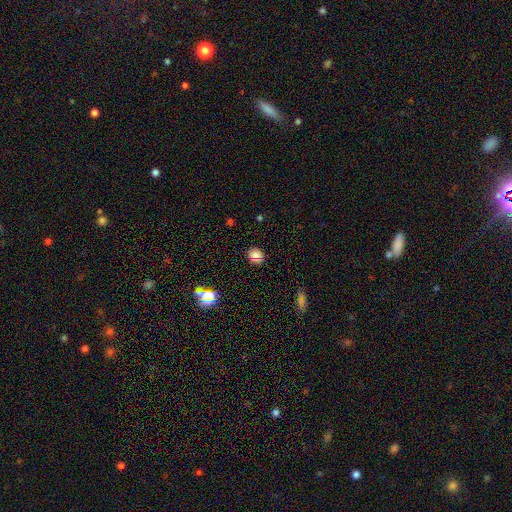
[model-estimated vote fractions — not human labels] Q: Smooth or featured?
A: smooth (72%); runner-up: star or artifact (19%)
Q: How rounded?
A: round (64%); runner-up: in between (34%)
Q: Merging?
A: none (84%); runner-up: minor disturbance (11%)